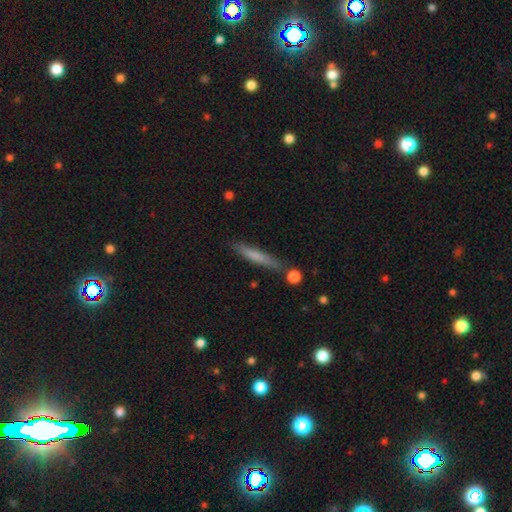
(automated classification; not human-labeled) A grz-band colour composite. It shows a smooth galaxy with no disk features (66%) that is cigar-shaped (93%). Merging: none (79%).